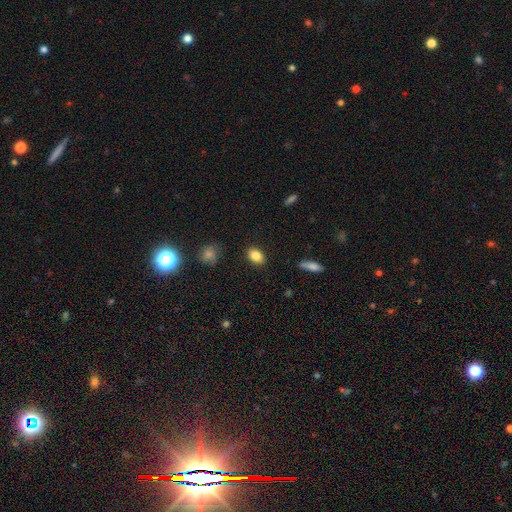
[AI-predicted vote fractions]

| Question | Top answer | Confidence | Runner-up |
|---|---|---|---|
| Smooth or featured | smooth | 84% | star or artifact (9%) |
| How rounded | in between | 83% | round (15%) |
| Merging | none | 88% | minor disturbance (9%) |